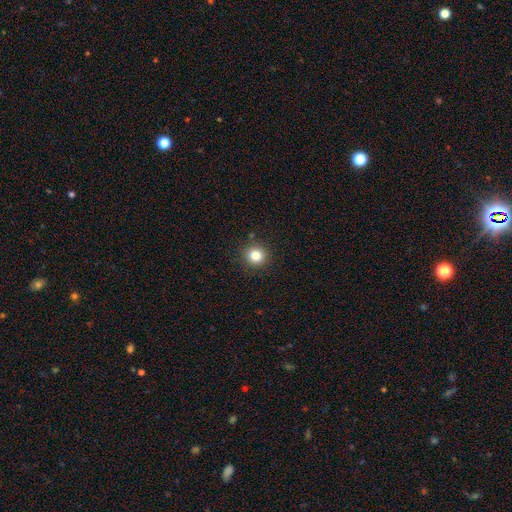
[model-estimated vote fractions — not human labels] Overall: smooth (84%). How rounded: round (92%). Merging: none (90%).